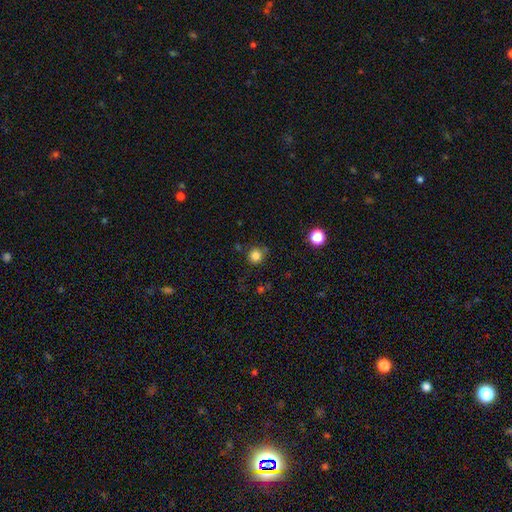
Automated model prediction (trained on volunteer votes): The model was most divided on "smooth or featured": smooth: 82%, star or artifact: 13%, featured or disk: 5%. More confident: how rounded — round (94%); merging — none (82%).